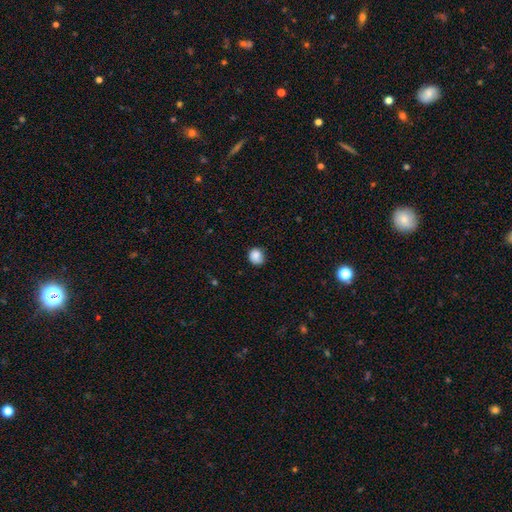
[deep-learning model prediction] Q: Smooth or featured?
A: smooth (86%); runner-up: star or artifact (9%)
Q: How rounded?
A: round (80%); runner-up: in between (19%)
Q: Merging?
A: none (74%); runner-up: minor disturbance (20%)